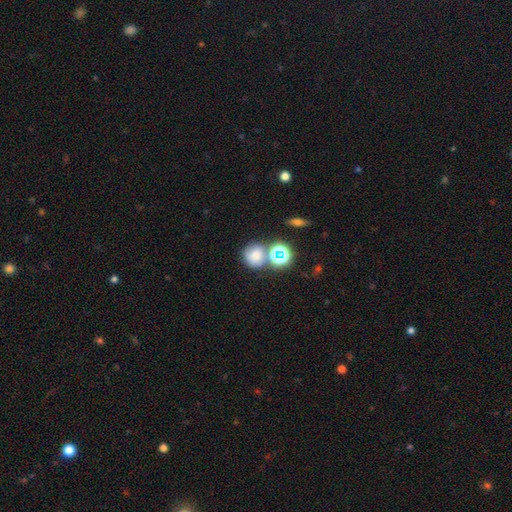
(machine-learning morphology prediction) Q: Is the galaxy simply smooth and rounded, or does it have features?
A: smooth — 64%.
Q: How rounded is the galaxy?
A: round — 79%.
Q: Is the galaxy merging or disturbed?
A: none — 51%.